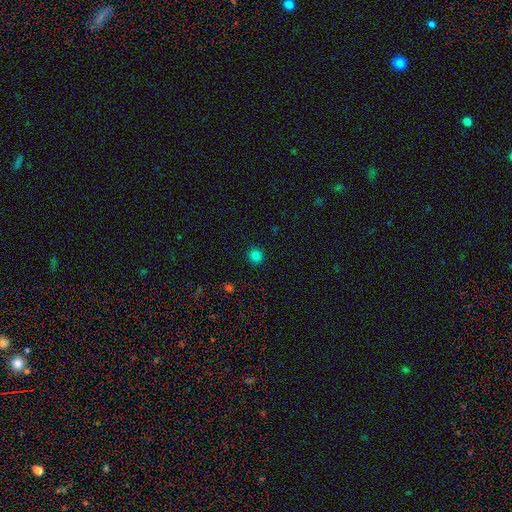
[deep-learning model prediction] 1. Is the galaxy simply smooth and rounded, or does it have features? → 82% smooth, 15% star or artifact, 3% featured or disk.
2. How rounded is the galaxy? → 93% round, 6% in between, 1% cigar-shaped.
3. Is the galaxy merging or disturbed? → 92% none, 5% minor disturbance, 2% major disturbance, 1% merger.